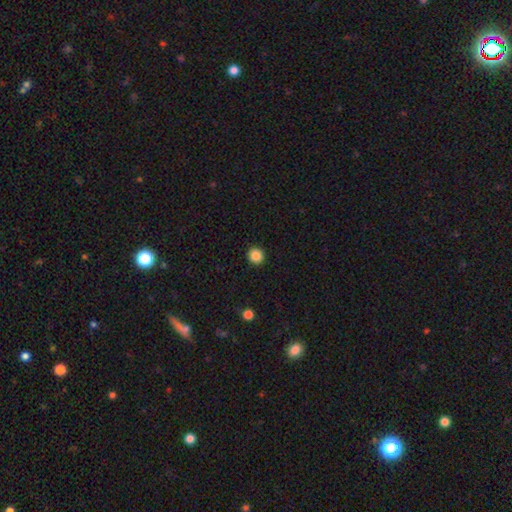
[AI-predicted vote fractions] Morphology: type=smooth (87%); roundness=round (92%); merging=none (93%).